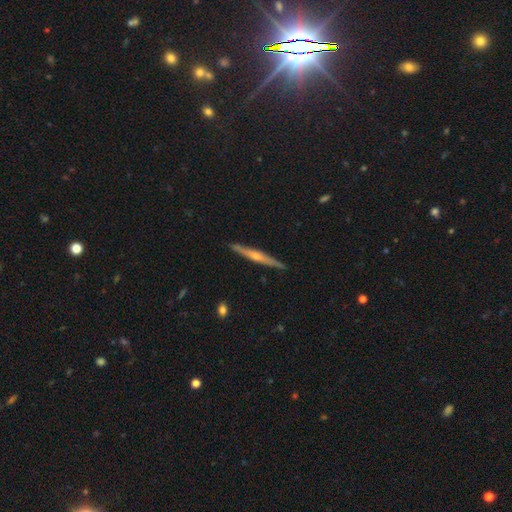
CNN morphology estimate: type=featured or disk (73%); edge-on=yes (98%); edge-on bulge=rounded (77%); merging=none (90%).